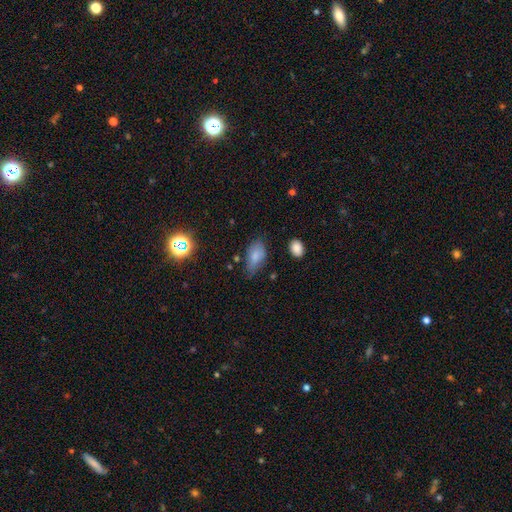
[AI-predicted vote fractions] A smooth galaxy with no disk features (77%) that is in between round and cigar-shaped (92%).

Vote fractions:
- Smooth or featured? smooth: 77% / featured or disk: 13% / star or artifact: 10%
- How rounded? in between: 92% / round: 4% / cigar-shaped: 4%
- Merging? none: 59% / minor disturbance: 30% / major disturbance: 8% / merger: 3%